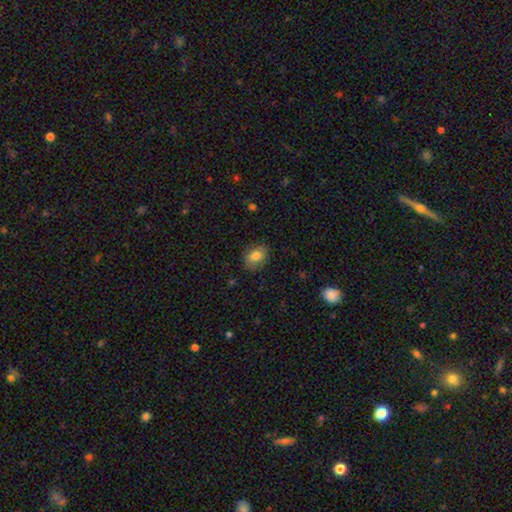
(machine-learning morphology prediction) Smooth or featured?
  - smooth: 80% *
  - featured or disk: 11%
  - star or artifact: 9%
How rounded?
  - in between: 69% *
  - round: 29%
  - cigar-shaped: 1%
Merging?
  - none: 81% *
  - minor disturbance: 14%
  - major disturbance: 3%
  - merger: 1%